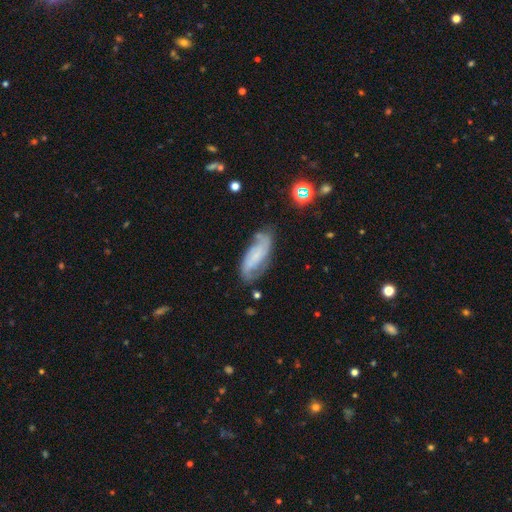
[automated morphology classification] type=featured or disk (67%); edge-on=no (91%); bar=no (52%); spiral arms=yes (92%); winding=medium (42%); arm count=2 (78%); bulge=small (57%); merging=none (69%).